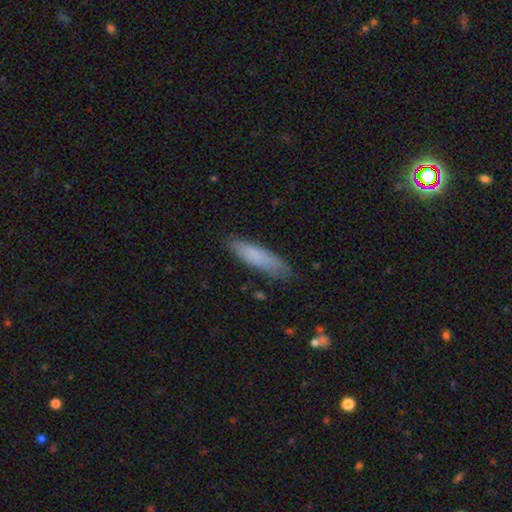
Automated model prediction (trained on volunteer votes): smooth_or_featured: smooth (p=0.81) [alt: featured or disk p=0.12]
how_rounded: cigar-shaped (p=0.72) [alt: in between p=0.26]
merging: none (p=0.80) [alt: minor disturbance p=0.16]